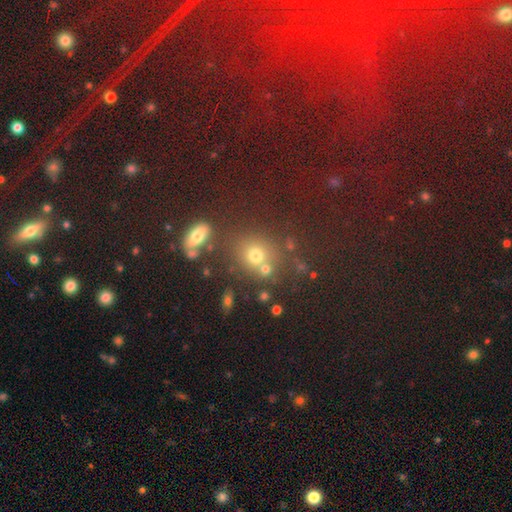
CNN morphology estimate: smooth_or_featured: smooth (p=0.68) [alt: star or artifact p=0.19]
how_rounded: round (p=0.74) [alt: in between p=0.25]
merging: none (p=0.63) [alt: merger p=0.20]